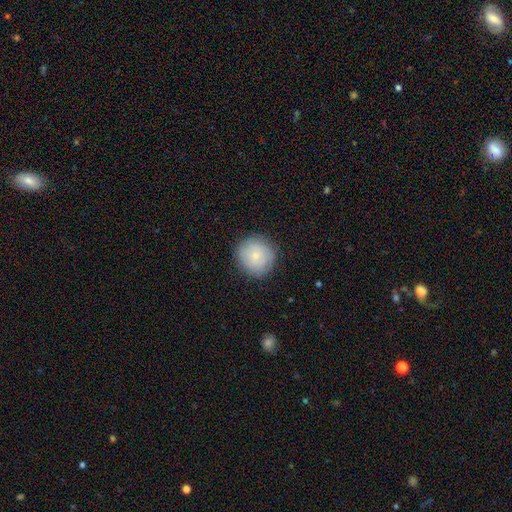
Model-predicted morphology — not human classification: smooth 73%, featured or disk 19%, star or artifact 8%. Down the decision tree: how rounded — round (92%); merging — none (86%).